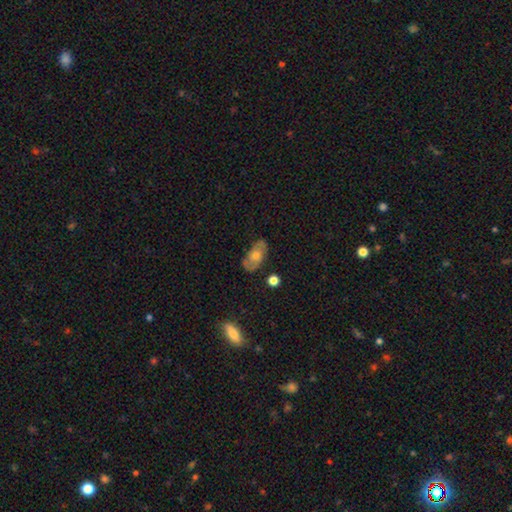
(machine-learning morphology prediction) smooth 49%, featured or disk 43%, star or artifact 8%. Down the decision tree: merging — none (76%).